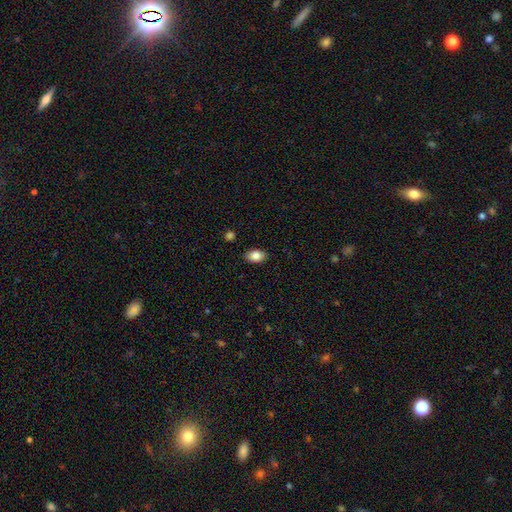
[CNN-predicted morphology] smooth-or-featured: smooth: 84% | featured or disk: 8% | star or artifact: 8%
  how-rounded: in between: 88% | round: 11% | cigar-shaped: 1%
  merging: none: 87% | minor disturbance: 9% | major disturbance: 2% | merger: 1%